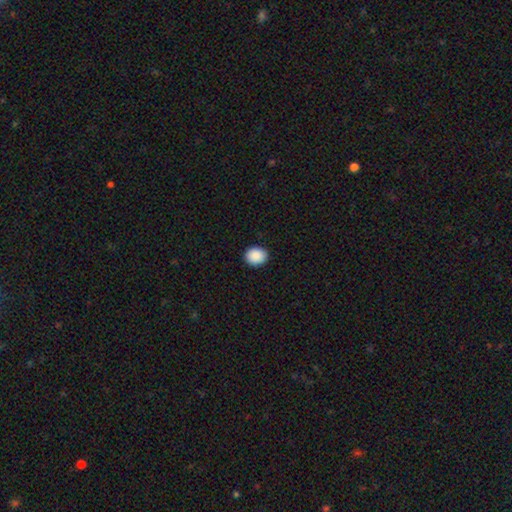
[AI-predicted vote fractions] smooth-or-featured: smooth: 90% | star or artifact: 7% | featured or disk: 2%
  how-rounded: round: 58% | in between: 41% | cigar-shaped: 1%
  merging: none: 91% | minor disturbance: 7% | major disturbance: 2% | merger: 1%